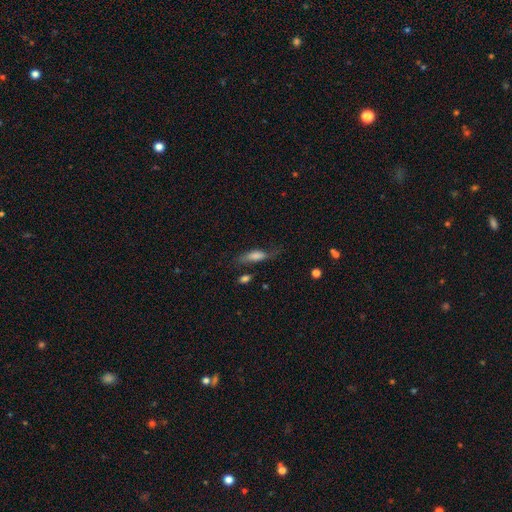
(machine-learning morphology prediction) Smooth or featured? Predicted: smooth (p=0.50). How rounded? Predicted: cigar-shaped (p=0.50). Merging? Predicted: none (p=0.58).